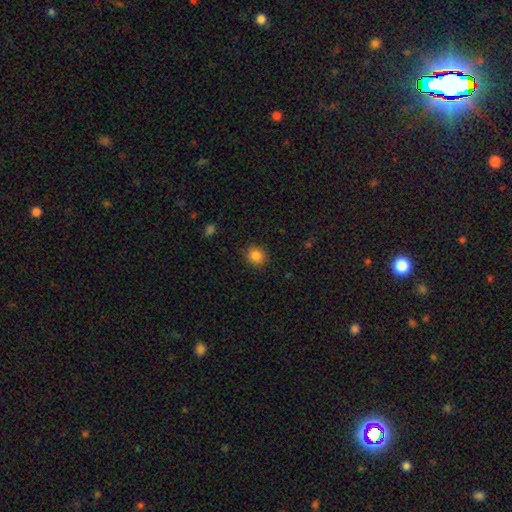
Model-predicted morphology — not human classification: This appears to be a smooth galaxy with no disk features (85%) that is round (83%). Merging: none (88%).